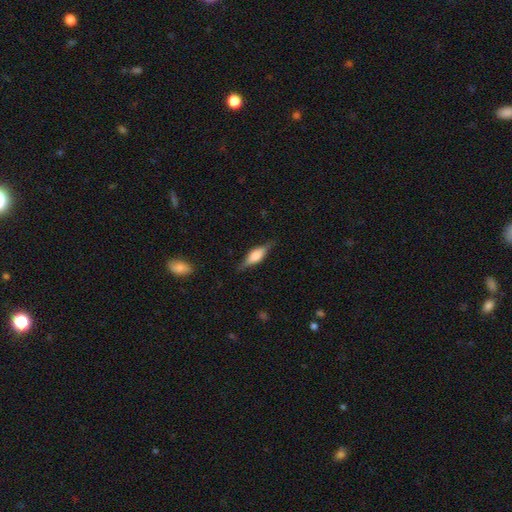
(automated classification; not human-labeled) Overall: featured or disk (49%; smooth 44%). Merging: none (78%).